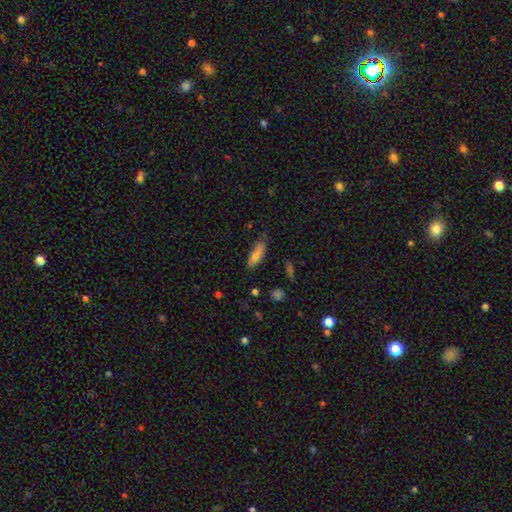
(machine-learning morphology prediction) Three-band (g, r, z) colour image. It shows a smooth galaxy with no disk features (73%) that is cigar-shaped (51%). Merging: none (68%).